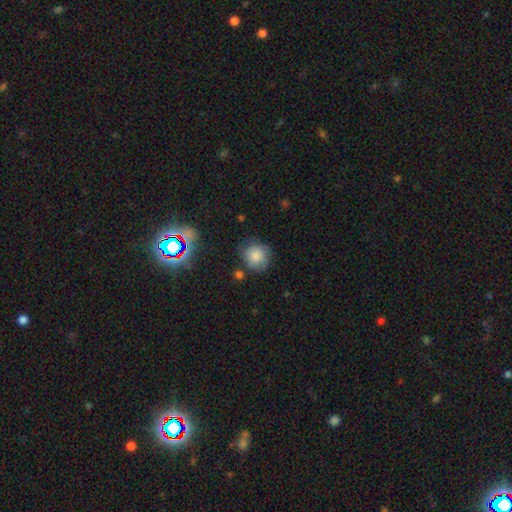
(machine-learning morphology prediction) smooth-or-featured: smooth: 81% | star or artifact: 11% | featured or disk: 8%
  how-rounded: round: 89% | in between: 10% | cigar-shaped: 1%
  merging: none: 71% | minor disturbance: 19% | major disturbance: 5% | merger: 4%